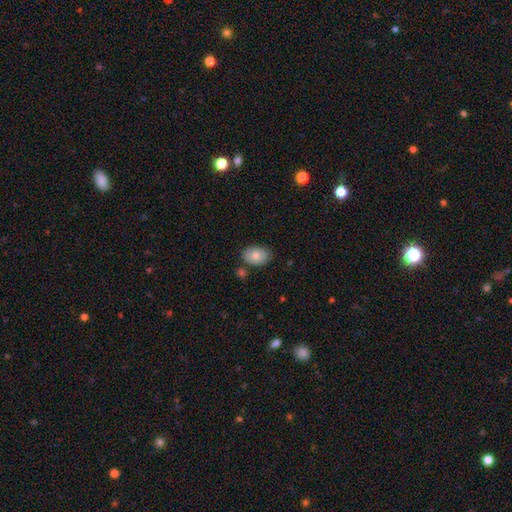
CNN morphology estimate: This is likely a smooth galaxy (76%). How rounded: clearly in between (81%). Merging: likely none (77%).